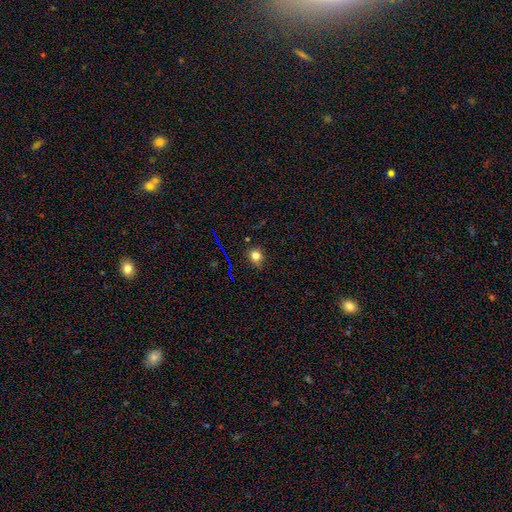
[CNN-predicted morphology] type=smooth (76%); roundness=round (70%); merging=none (81%).